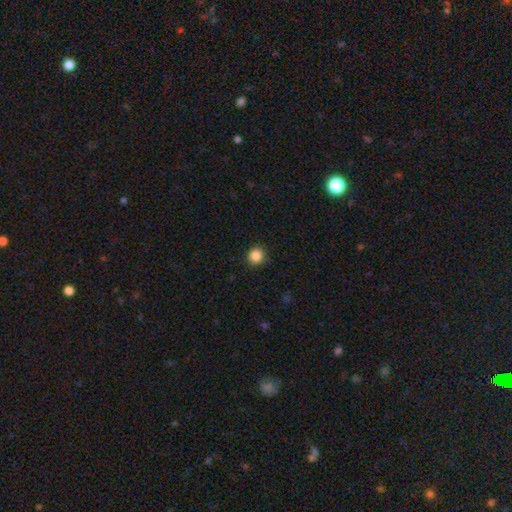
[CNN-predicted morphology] This is clearly a smooth galaxy (86%). How rounded: clearly round (93%). Merging: clearly none (91%).